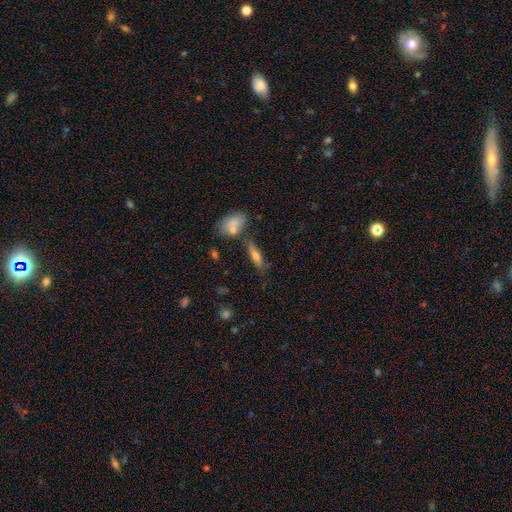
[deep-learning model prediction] Q: Smooth or featured?
A: smooth (66%); runner-up: featured or disk (25%)
Q: How rounded?
A: cigar-shaped (58%); runner-up: in between (39%)
Q: Merging?
A: none (68%); runner-up: minor disturbance (15%)